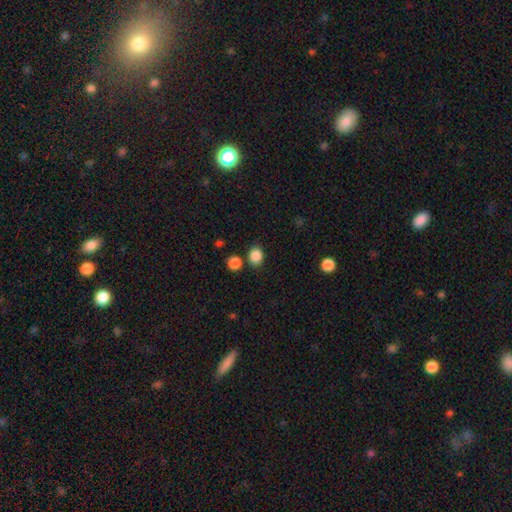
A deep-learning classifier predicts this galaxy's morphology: smooth-or-featured: smooth: 86% | star or artifact: 10% | featured or disk: 4%
  how-rounded: round: 63% | in between: 36% | cigar-shaped: 1%
  merging: none: 80% | minor disturbance: 10% | merger: 7% | major disturbance: 3%